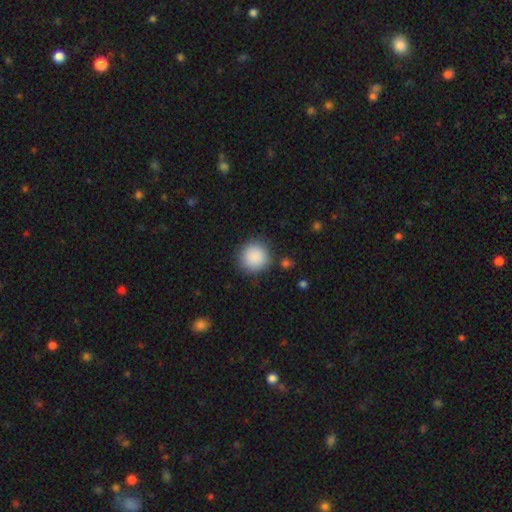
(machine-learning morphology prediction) This appears to be a smooth galaxy with no disk features (88%) that is round (93%). Merging: none (85%).